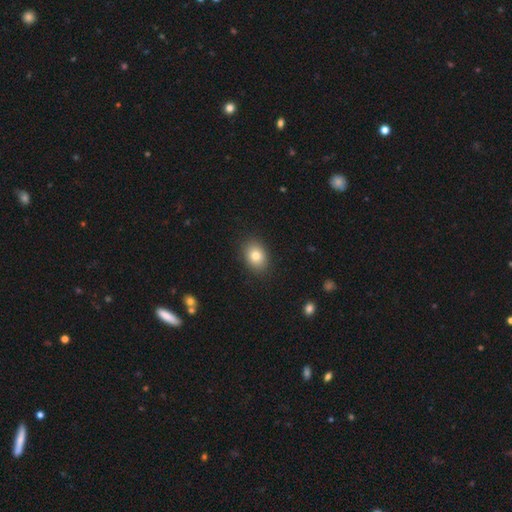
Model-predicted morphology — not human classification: Overall: smooth (80%). How rounded: in between (68%; round 31%). Merging: none (88%).